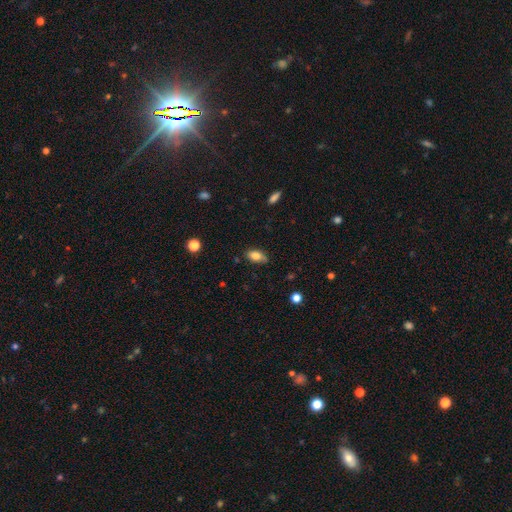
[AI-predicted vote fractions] Smooth or featured: smooth — 79% (featured or disk — 13%)
How rounded: in between — 89% (cigar-shaped — 6%)
Merging: none — 74% (minor disturbance — 21%)